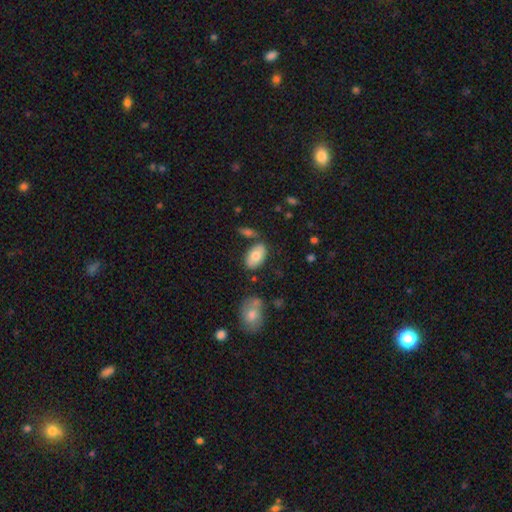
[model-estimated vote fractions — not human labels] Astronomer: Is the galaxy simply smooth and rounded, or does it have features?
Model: smooth — 76%.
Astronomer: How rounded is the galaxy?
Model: in between — 94%.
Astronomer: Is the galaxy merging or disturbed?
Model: none — 74%.